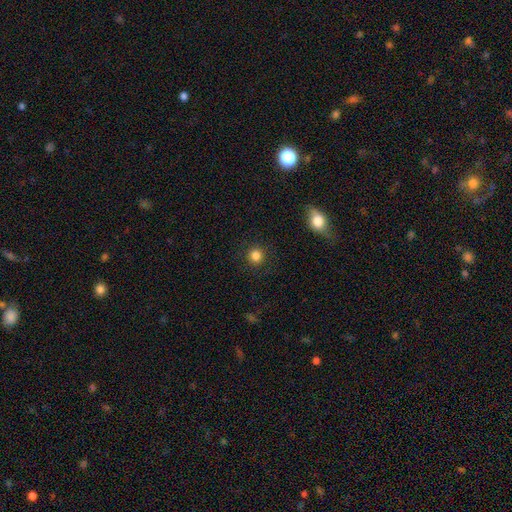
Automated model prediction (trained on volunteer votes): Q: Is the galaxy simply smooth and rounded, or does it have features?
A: smooth — 84%.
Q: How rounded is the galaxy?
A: round — 93%.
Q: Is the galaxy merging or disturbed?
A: none — 91%.